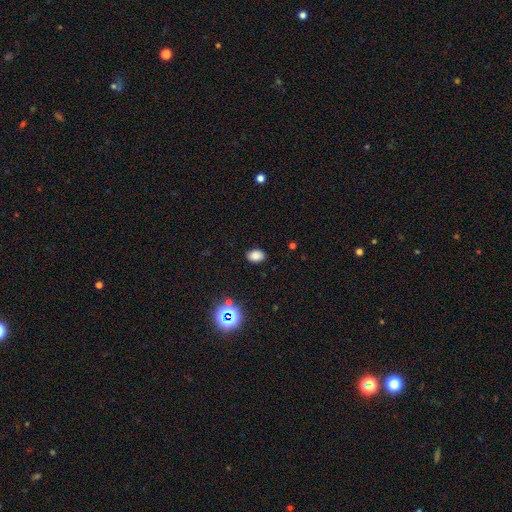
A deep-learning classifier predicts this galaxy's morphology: smooth 81%, star or artifact 14%, featured or disk 5%. Down the decision tree: how rounded — in between (79%); merging — none (88%).